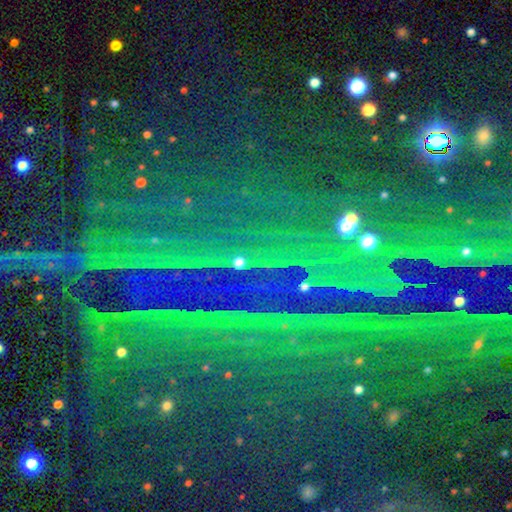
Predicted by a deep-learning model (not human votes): Smooth or featured? Predicted: star or artifact (p=0.87).